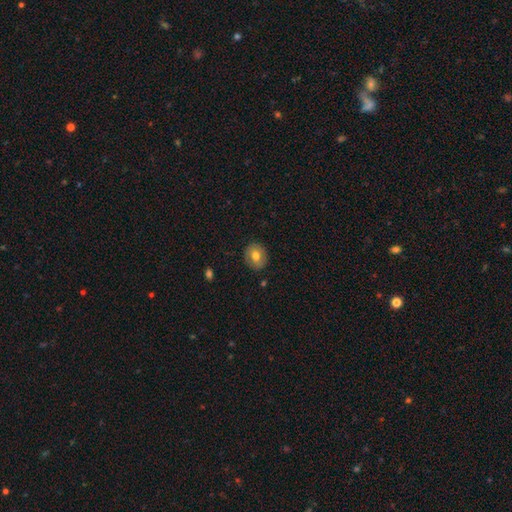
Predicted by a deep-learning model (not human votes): Smooth or featured? Predicted: smooth (p=0.71). How rounded? Predicted: round (p=0.68). Merging? Predicted: none (p=0.87).